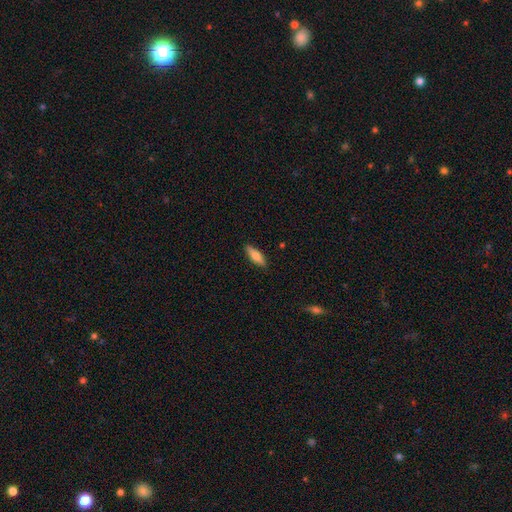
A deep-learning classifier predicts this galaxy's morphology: Q: Smooth or featured?
A: smooth (72%); runner-up: featured or disk (22%)
Q: How rounded?
A: cigar-shaped (53%); runner-up: in between (45%)
Q: Merging?
A: none (88%); runner-up: minor disturbance (9%)